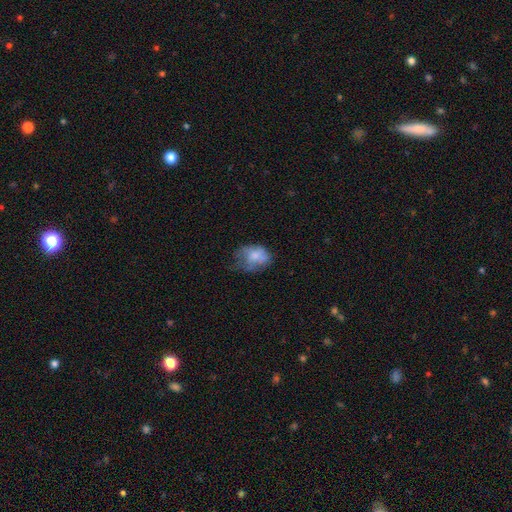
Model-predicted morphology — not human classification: This appears to be a smooth galaxy with no disk features (65%) that is in between round and cigar-shaped (72%). Merging: none (34%, tied with minor disturbance).